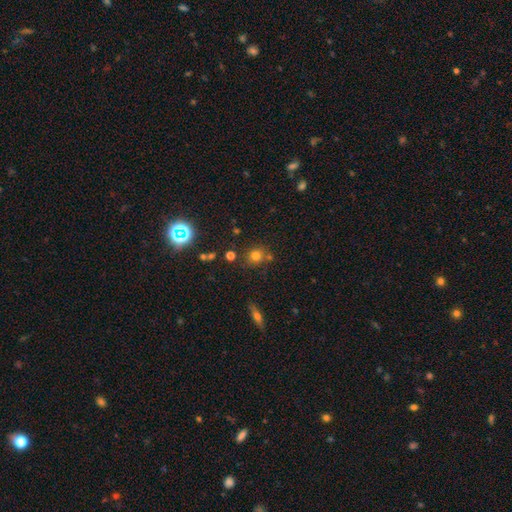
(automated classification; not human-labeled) Smooth or featured: smooth — 72% (star or artifact — 19%)
How rounded: round — 84% (in between — 15%)
Merging: none — 73% (merger — 12%)